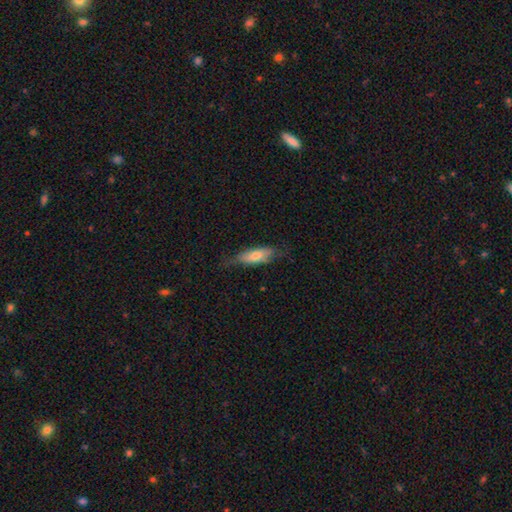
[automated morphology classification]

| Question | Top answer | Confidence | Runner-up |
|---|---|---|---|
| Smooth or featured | smooth | 63% | featured or disk (31%) |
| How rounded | in between | 51% | cigar-shaped (47%) |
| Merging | none | 67% | minor disturbance (24%) |